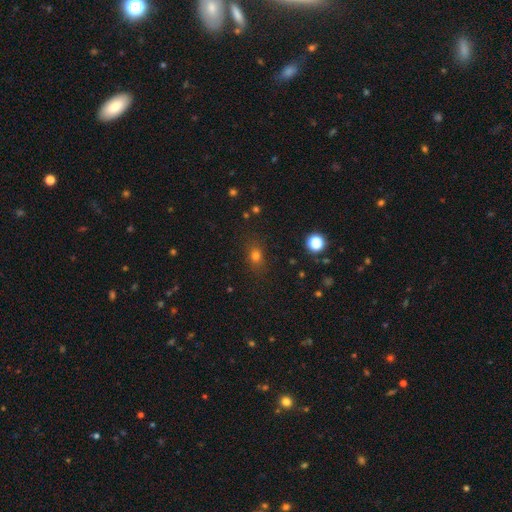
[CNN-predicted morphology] Smooth or featured? Predicted: smooth (p=0.73). How rounded? Predicted: round (p=0.50). Merging? Predicted: none (p=0.84).